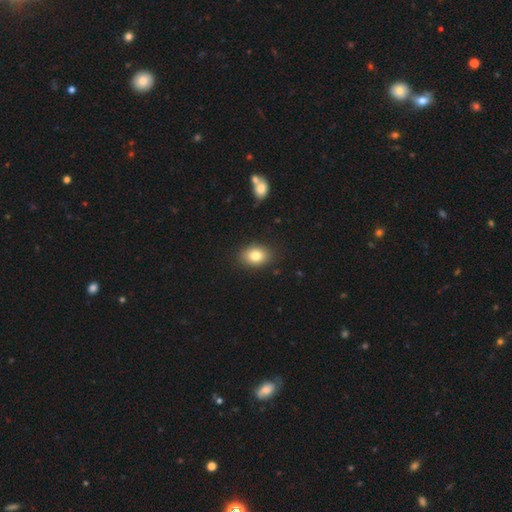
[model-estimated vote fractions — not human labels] smooth-or-featured: smooth: 82% | featured or disk: 9% | star or artifact: 9%
  how-rounded: in between: 73% | round: 26% | cigar-shaped: 1%
  merging: none: 87% | minor disturbance: 9% | major disturbance: 2% | merger: 2%